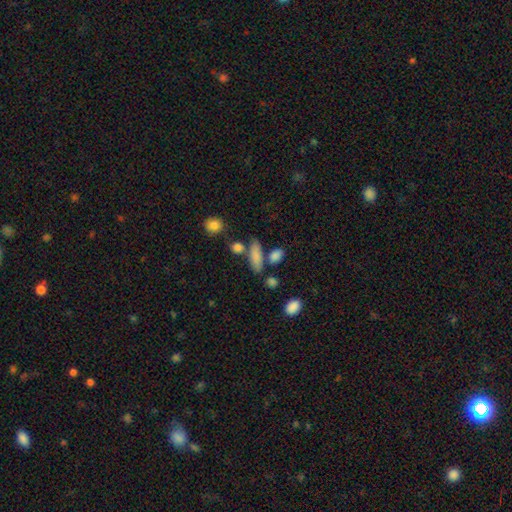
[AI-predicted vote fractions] Q: Smooth or featured?
A: smooth (82%); runner-up: featured or disk (10%)
Q: How rounded?
A: in between (53%); runner-up: cigar-shaped (42%)
Q: Merging?
A: none (67%); runner-up: merger (15%)